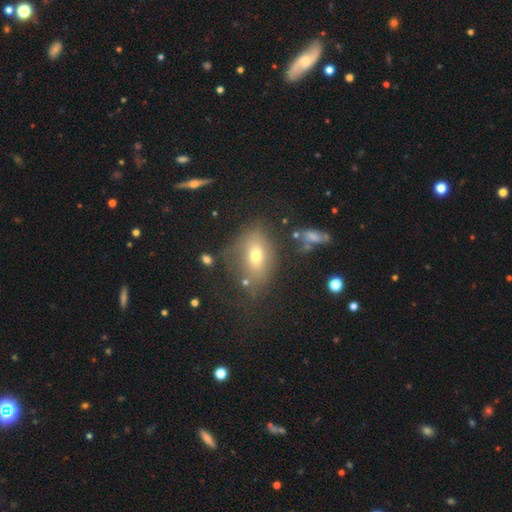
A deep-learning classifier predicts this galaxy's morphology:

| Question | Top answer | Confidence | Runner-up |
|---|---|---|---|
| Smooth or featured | smooth | 61% | featured or disk (24%) |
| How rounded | in between | 75% | round (22%) |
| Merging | none | 57% | minor disturbance (22%) |